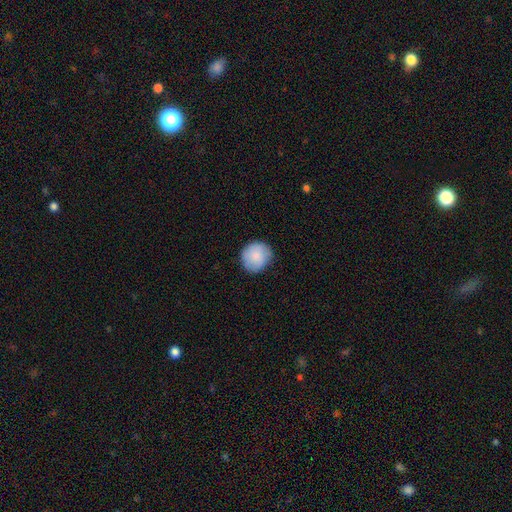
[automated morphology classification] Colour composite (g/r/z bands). It shows a smooth galaxy with no disk features (83%) that is round (90%). Merging: none (84%).